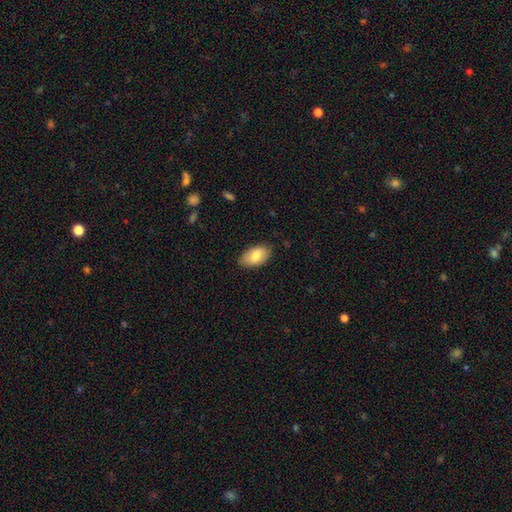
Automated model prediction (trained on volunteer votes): Smooth or featured: smooth — 81% (featured or disk — 13%)
How rounded: in between — 94% (round — 4%)
Merging: none — 84% (minor disturbance — 13%)